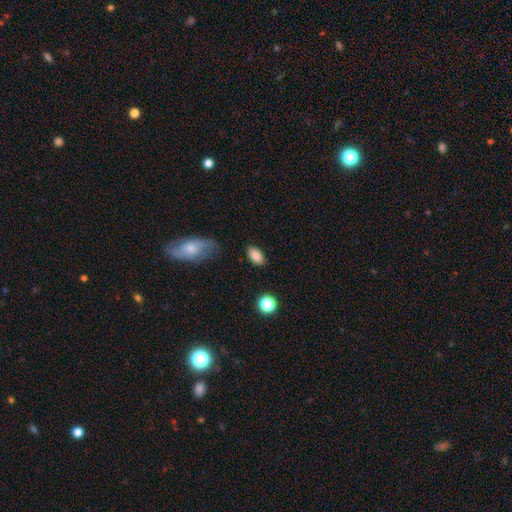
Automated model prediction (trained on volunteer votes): The model was most divided on "merging": none: 83%, minor disturbance: 12%, major disturbance: 3%, merger: 2%. More confident: how rounded — in between (91%); smooth or featured — smooth (87%).